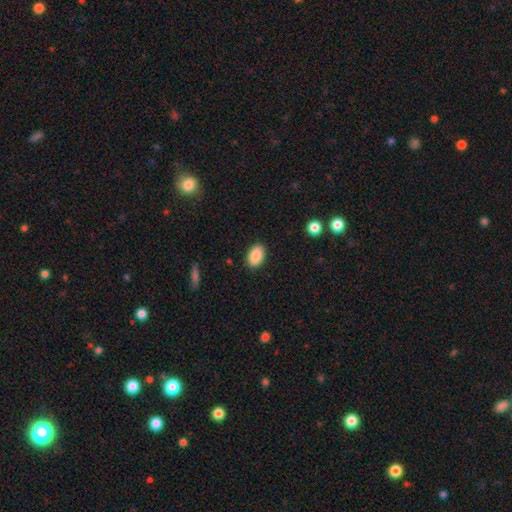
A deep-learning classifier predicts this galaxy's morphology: A smooth galaxy with no disk features (88%) that is in between round and cigar-shaped (91%). Merging: none (88%).